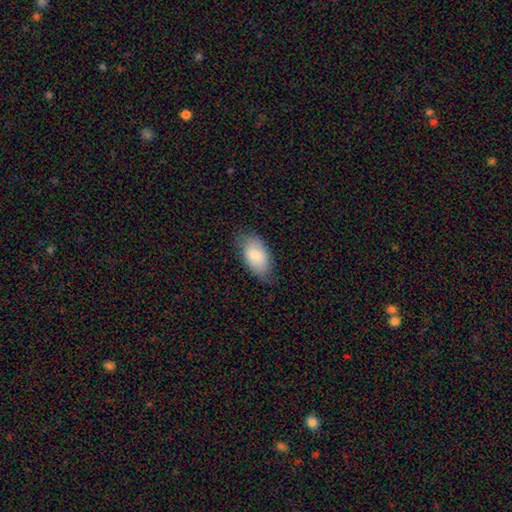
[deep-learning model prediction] Smooth or featured? smooth (81%)
How rounded? in between (94%)
Merging? none (70%)